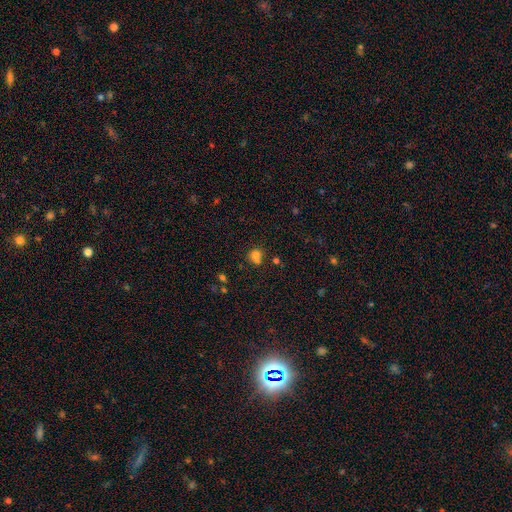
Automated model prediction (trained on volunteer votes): Morphology: type=smooth (75%); roundness=round (79%); merging=none (48%).